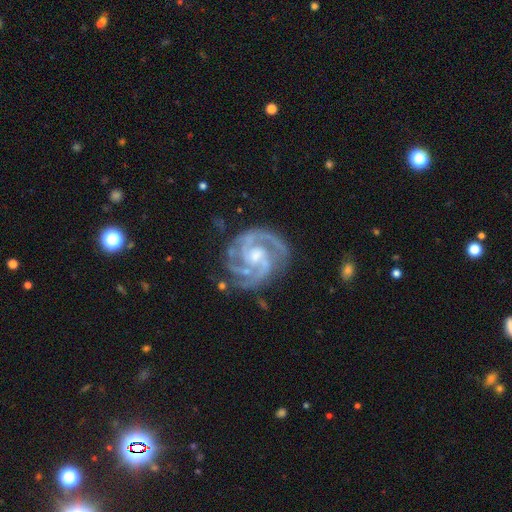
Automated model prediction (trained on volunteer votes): smooth-or-featured: featured or disk: 93% | star or artifact: 4% | smooth: 3%
  disk-edge-on: no: 98% | yes: 2%
    bar: no: 48% | weak: 39% | strong: 13%
    has-spiral-arms: yes: 99% | no: 1%
      spiral-winding: tight: 58% | medium: 38% | loose: 4%
      spiral-arm-count: 3: 50% | 2: 26% | 4: 9% | can't tell: 7% | more than 4: 4% | 1: 4%
    bulge-size: moderate: 52% | small: 37% | none: 6% | large: 5% | dominant: 1%
  merging: none: 75% | minor disturbance: 17% | major disturbance: 7% | merger: 2%